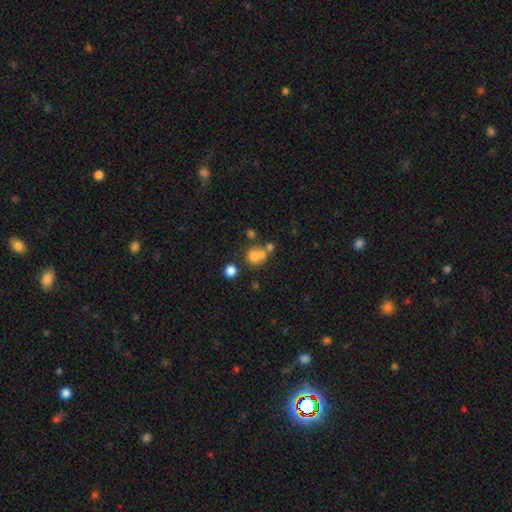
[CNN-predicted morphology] A smooth galaxy with no disk features (68%) that is round (83%). Merging: merger (44%).